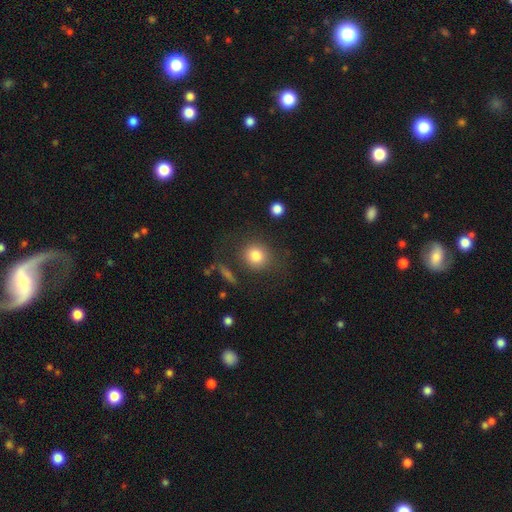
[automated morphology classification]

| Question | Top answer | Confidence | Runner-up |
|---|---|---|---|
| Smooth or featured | smooth | 83% | star or artifact (10%) |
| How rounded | round | 81% | in between (17%) |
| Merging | none | 78% | minor disturbance (12%) |